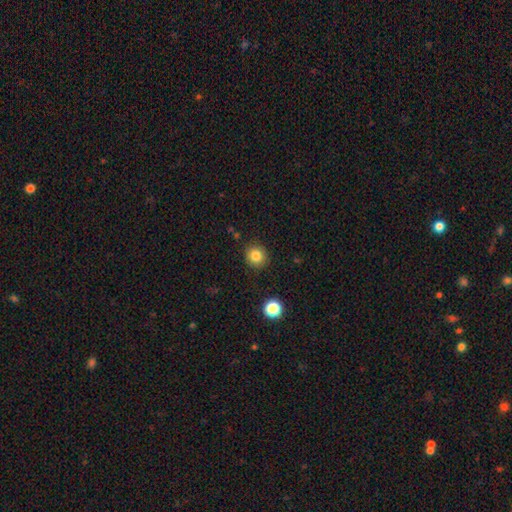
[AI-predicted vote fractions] Smooth or featured? smooth (83%)
How rounded? round (91%)
Merging? none (90%)